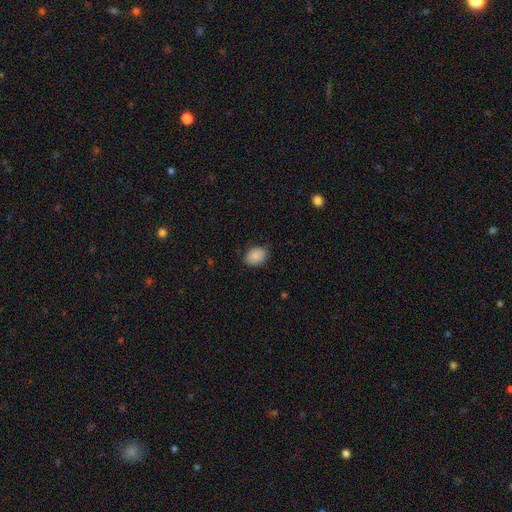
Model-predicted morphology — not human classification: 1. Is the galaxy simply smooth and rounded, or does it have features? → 88% smooth, 7% star or artifact, 5% featured or disk.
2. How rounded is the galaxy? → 71% in between, 28% round, 1% cigar-shaped.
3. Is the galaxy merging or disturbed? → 81% none, 15% minor disturbance, 3% major disturbance, 1% merger.